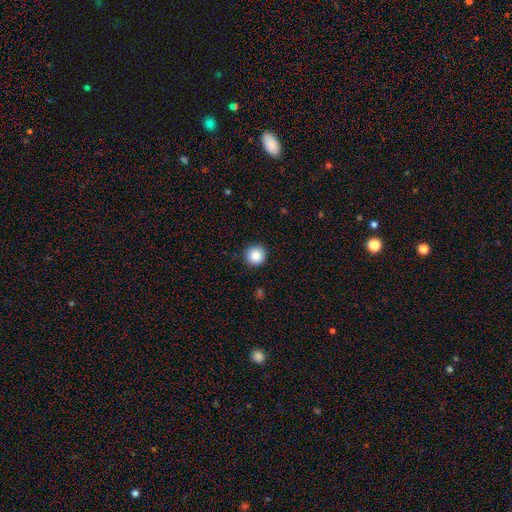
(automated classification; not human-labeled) Q: Smooth or featured?
A: smooth (85%); runner-up: star or artifact (9%)
Q: How rounded?
A: round (96%); runner-up: in between (3%)
Q: Merging?
A: none (92%); runner-up: minor disturbance (6%)